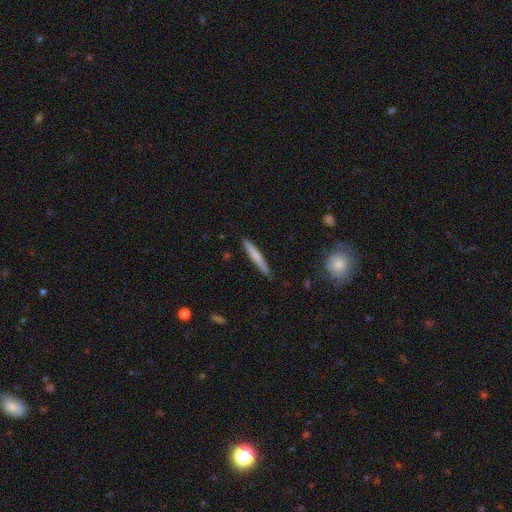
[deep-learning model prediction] This is likely a smooth galaxy (65%). How rounded: clearly cigar-shaped (96%). Merging: clearly none (88%).